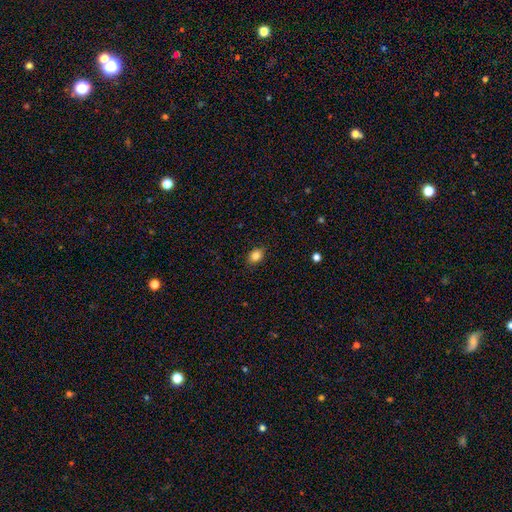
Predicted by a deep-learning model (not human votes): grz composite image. It shows a smooth galaxy with no disk features (84%) that is in between round and cigar-shaped (65%). Merging: none (88%).